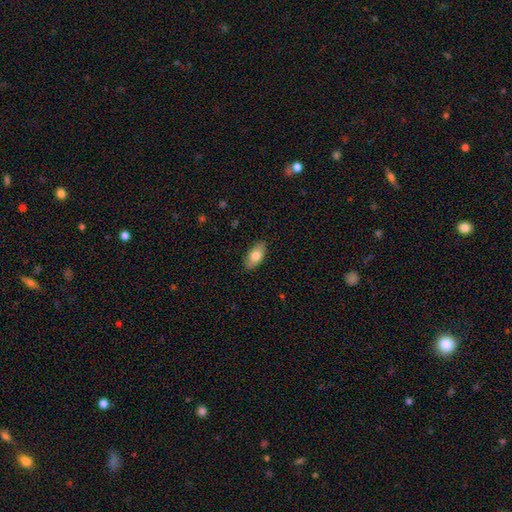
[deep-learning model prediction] Morphology: type=smooth (78%); roundness=in between (91%); merging=none (86%).